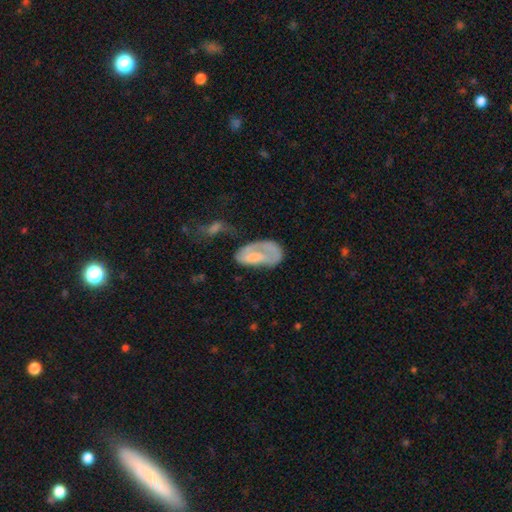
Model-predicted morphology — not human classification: Overall: smooth (47%; featured or disk 45%). Merging: major disturbance (40%; none 29%).